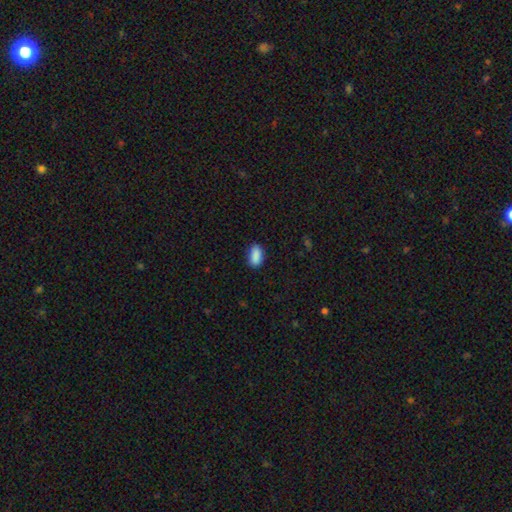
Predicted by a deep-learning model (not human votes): Smooth or featured? smooth (89%)
How rounded? in between (91%)
Merging? none (82%)